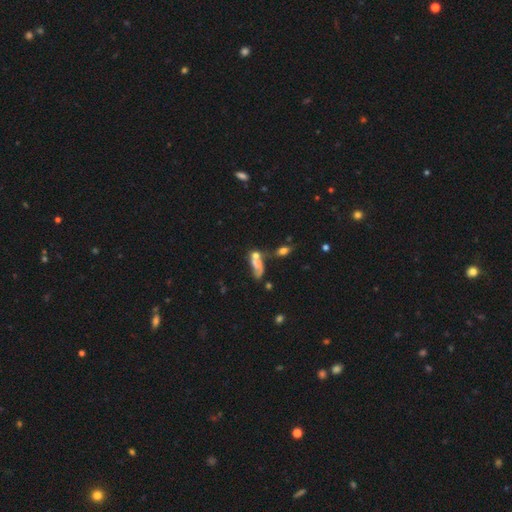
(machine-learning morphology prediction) smooth_or_featured: smooth (p=0.51) [alt: featured or disk p=0.31]
how_rounded: in between (p=0.62) [alt: cigar-shaped p=0.22]
merging: merger (p=0.40) [alt: none p=0.30]